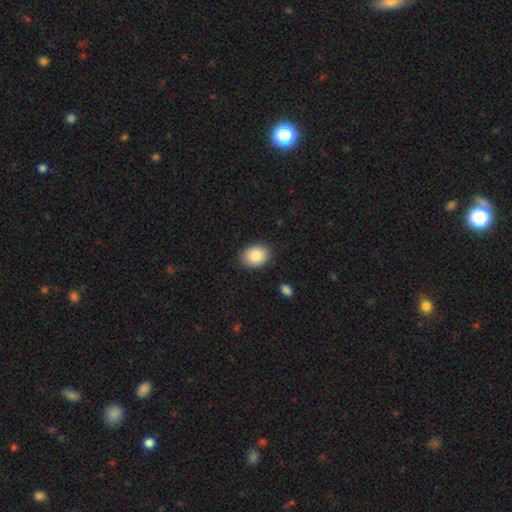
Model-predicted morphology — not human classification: Q: Smooth or featured?
A: smooth (88%); runner-up: star or artifact (7%)
Q: How rounded?
A: in between (67%); runner-up: round (32%)
Q: Merging?
A: none (87%); runner-up: minor disturbance (10%)